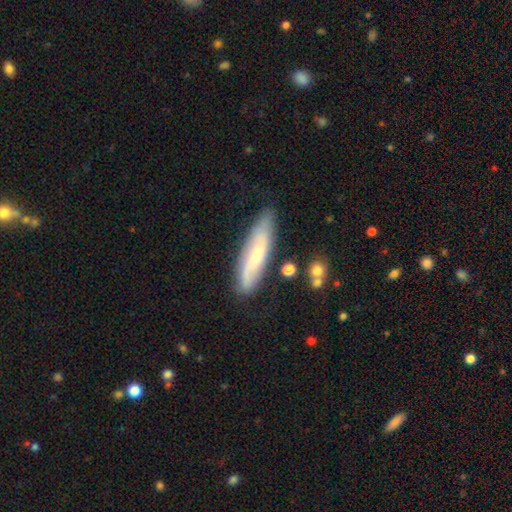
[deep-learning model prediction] Q: Smooth or featured?
A: featured or disk (48%); runner-up: smooth (45%)
Q: Merging?
A: none (75%); runner-up: minor disturbance (18%)